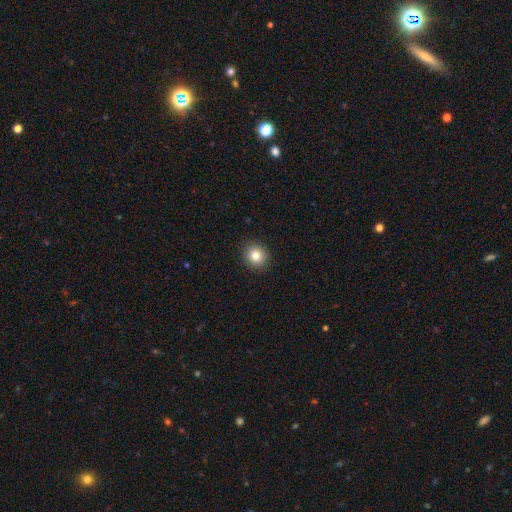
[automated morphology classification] type=smooth (82%); roundness=round (87%); merging=none (91%).